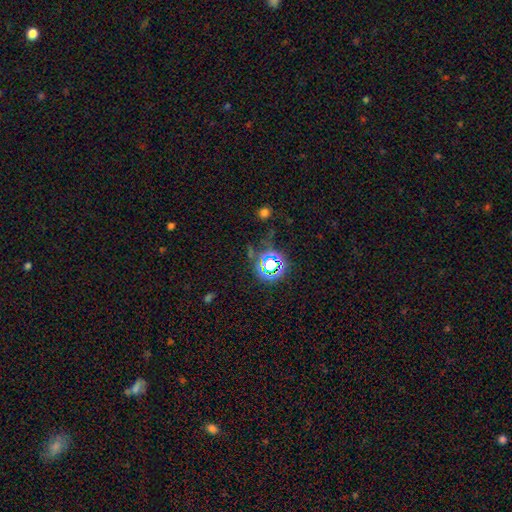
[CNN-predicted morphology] This appears to be a star or artifact, not a galaxy (70%).